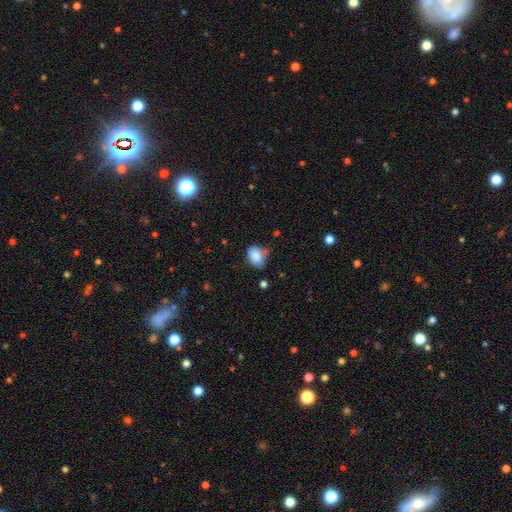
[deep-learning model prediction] Overall: smooth (84%). How rounded: in between (60%; round 39%). Merging: none (56%; minor disturbance 32%).